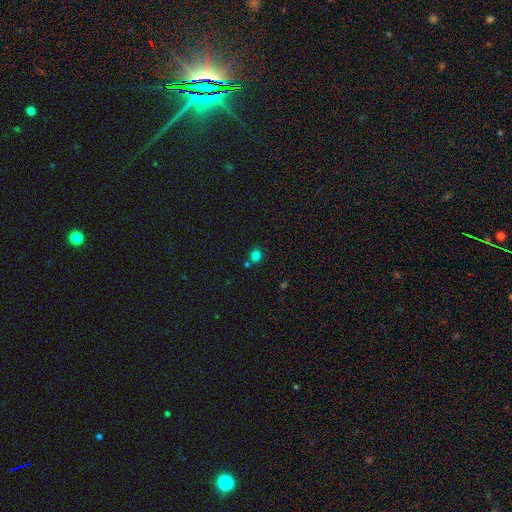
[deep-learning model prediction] A smooth galaxy with no disk features (79%) that is round (74%). Merging: none (73%).